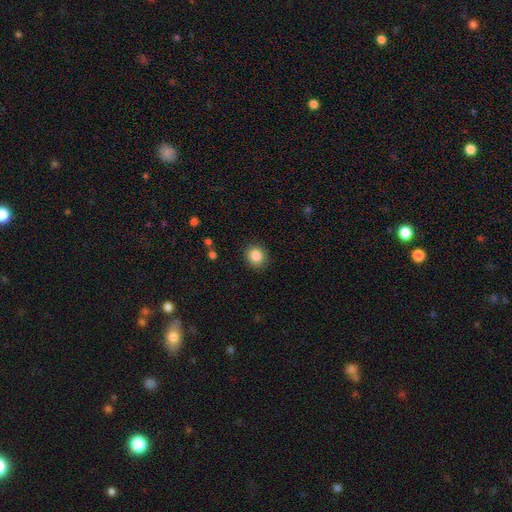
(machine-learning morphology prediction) smooth_or_featured: smooth (p=0.86) [alt: star or artifact p=0.09]
how_rounded: round (p=0.86) [alt: in between p=0.13]
merging: none (p=0.90) [alt: minor disturbance p=0.07]